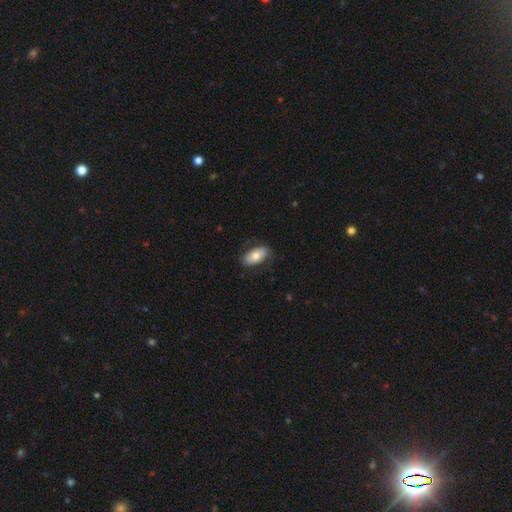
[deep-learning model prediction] The model was most divided on "smooth or featured": smooth: 68%, featured or disk: 26%, star or artifact: 6%. More confident: how rounded — in between (93%); merging — none (78%).